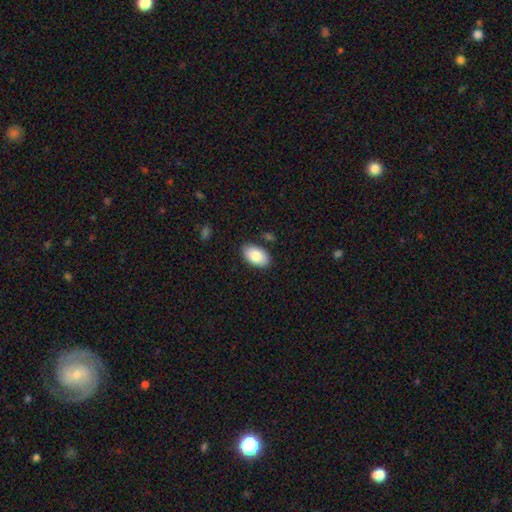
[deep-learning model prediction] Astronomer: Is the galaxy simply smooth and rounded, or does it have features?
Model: smooth — 85%.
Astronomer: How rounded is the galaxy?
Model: in between — 94%.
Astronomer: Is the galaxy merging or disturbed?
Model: none — 84%.